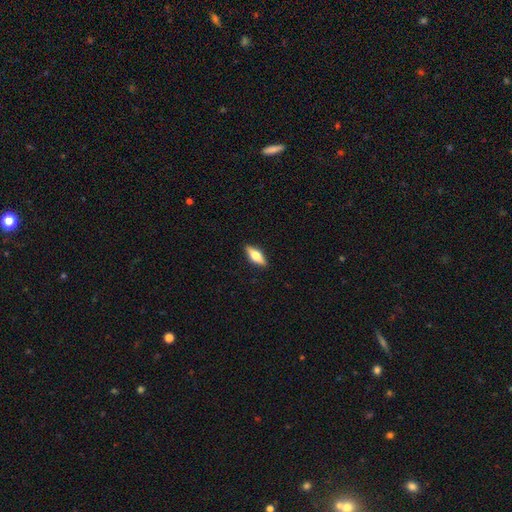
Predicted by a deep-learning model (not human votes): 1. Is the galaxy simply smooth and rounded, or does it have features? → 52% smooth, 42% featured or disk, 6% star or artifact.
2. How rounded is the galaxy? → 63% in between, 34% cigar-shaped, 3% round.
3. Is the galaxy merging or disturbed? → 90% none, 8% minor disturbance, 2% major disturbance, 1% merger.